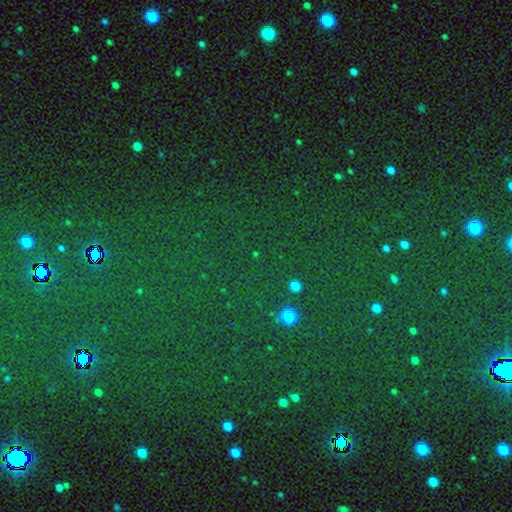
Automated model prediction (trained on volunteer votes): A star or artifact, not a galaxy (80%).

Vote fractions:
- Smooth or featured? star or artifact: 80% / smooth: 13% / featured or disk: 8%